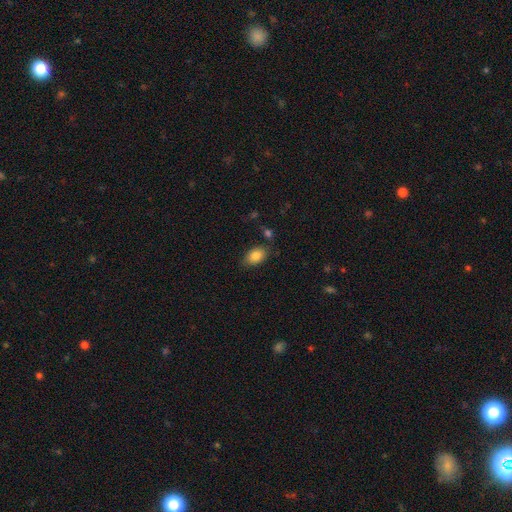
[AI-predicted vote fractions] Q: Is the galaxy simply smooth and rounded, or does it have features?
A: smooth — 84%.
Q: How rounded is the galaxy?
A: in between — 85%.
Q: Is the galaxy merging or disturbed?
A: none — 78%.